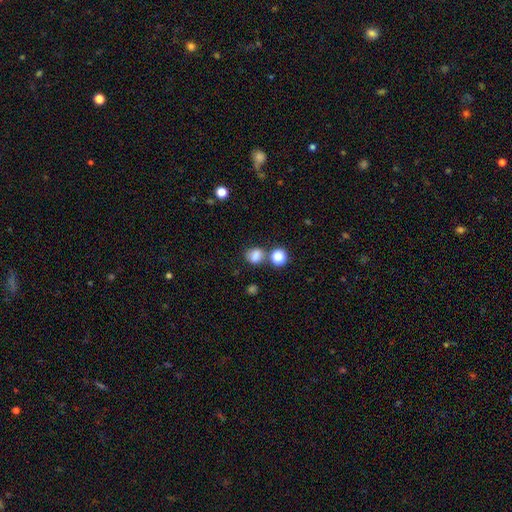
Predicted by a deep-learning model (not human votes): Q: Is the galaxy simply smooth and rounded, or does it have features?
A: smooth — 79%.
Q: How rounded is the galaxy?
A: round — 57%.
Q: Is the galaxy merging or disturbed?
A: none — 56%.